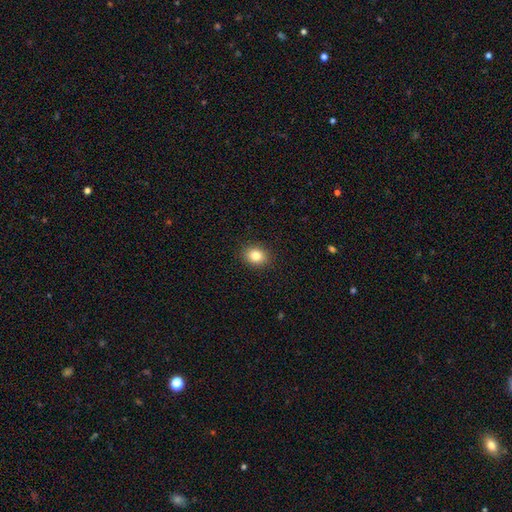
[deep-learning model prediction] smooth 83%, star or artifact 10%, featured or disk 7%. Down the decision tree: how rounded — round (55%); merging — none (91%).